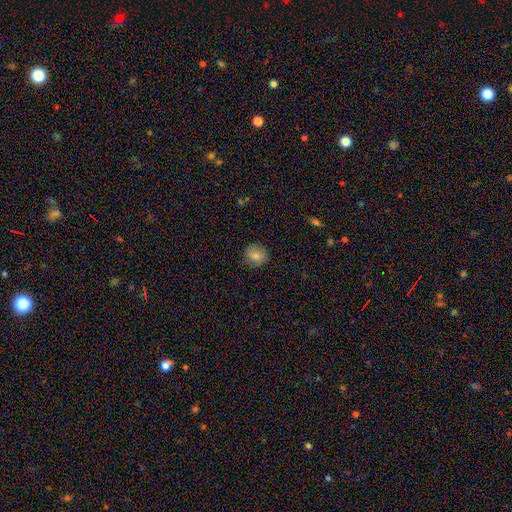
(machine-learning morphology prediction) smooth_or_featured: smooth (p=0.76) [alt: featured or disk p=0.14]
how_rounded: round (p=0.87) [alt: in between p=0.12]
merging: none (p=0.85) [alt: minor disturbance p=0.11]